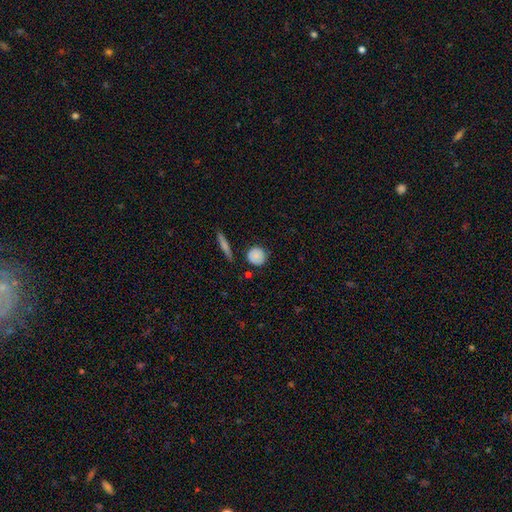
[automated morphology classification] smooth_or_featured: smooth (p=0.83) [alt: featured or disk p=0.09]
how_rounded: round (p=0.90) [alt: in between p=0.08]
merging: none (p=0.81) [alt: minor disturbance p=0.13]